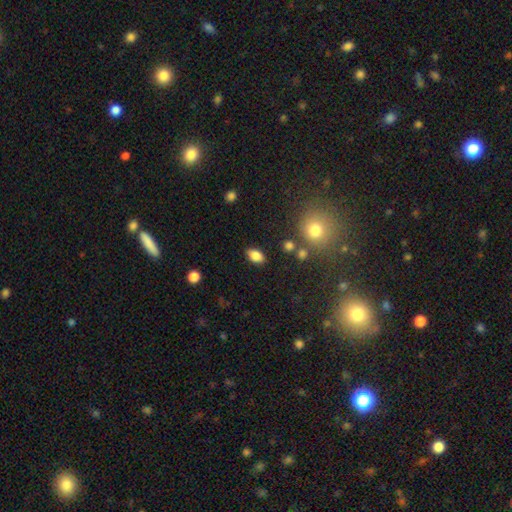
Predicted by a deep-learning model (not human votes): Smooth or featured?
  - smooth: 84% *
  - star or artifact: 9%
  - featured or disk: 7%
How rounded?
  - in between: 88% *
  - round: 9%
  - cigar-shaped: 3%
Merging?
  - none: 84% *
  - minor disturbance: 11%
  - merger: 3%
  - major disturbance: 3%